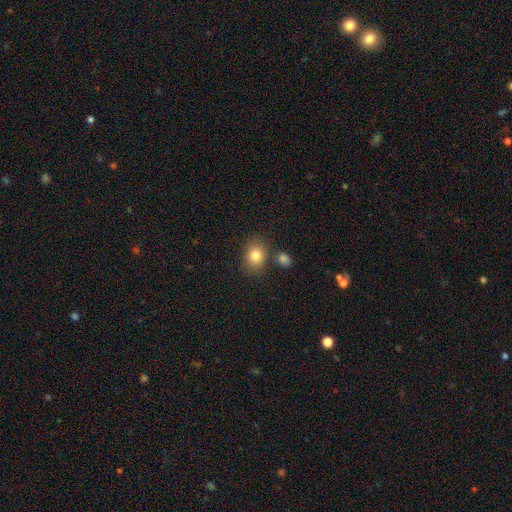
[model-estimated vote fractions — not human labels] Smooth or featured: smooth — 82% (star or artifact — 10%)
How rounded: in between — 52% (round — 47%)
Merging: none — 73% (minor disturbance — 12%)